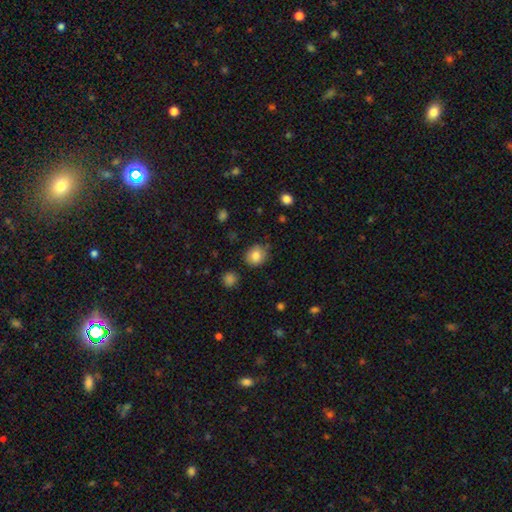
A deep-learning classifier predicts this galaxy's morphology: This appears to be a smooth galaxy with no disk features (84%) that is round (79%). Merging: none (79%).